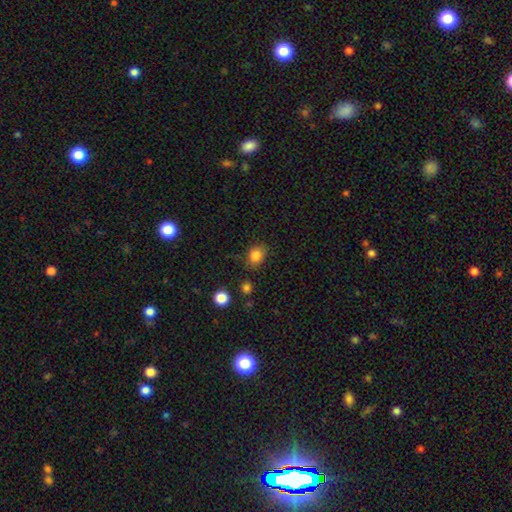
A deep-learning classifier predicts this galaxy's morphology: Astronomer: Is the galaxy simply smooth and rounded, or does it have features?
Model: smooth — 84%.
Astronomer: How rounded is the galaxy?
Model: round — 54% (runner-up: in between, 45%).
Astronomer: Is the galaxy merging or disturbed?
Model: none — 77%.